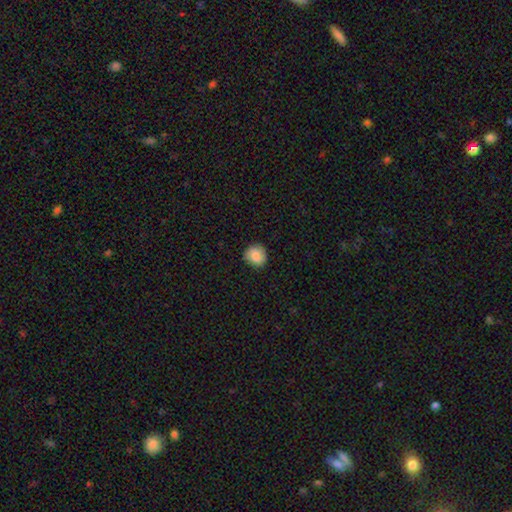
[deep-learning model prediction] Smooth or featured: smooth — 84% (star or artifact — 8%)
How rounded: round — 83% (in between — 16%)
Merging: none — 82% (minor disturbance — 14%)